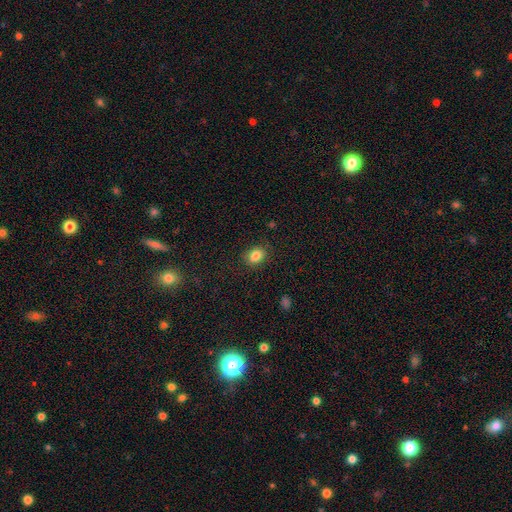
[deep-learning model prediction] Q: Smooth or featured?
A: smooth (84%); runner-up: star or artifact (10%)
Q: How rounded?
A: in between (56%); runner-up: round (44%)
Q: Merging?
A: none (85%); runner-up: minor disturbance (11%)